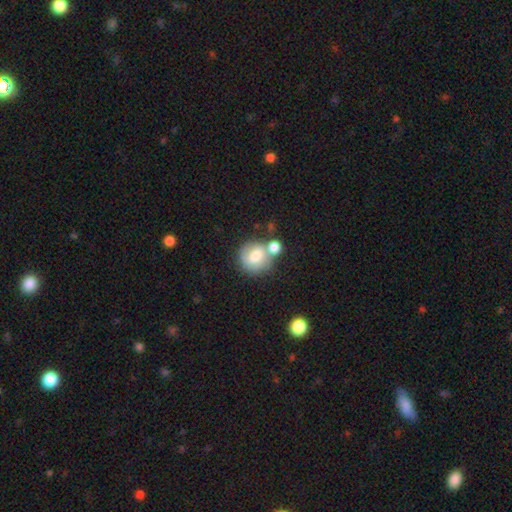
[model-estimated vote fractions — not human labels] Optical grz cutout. It shows a smooth galaxy with no disk features (71%) that is round (84%). Merging: none (45%).